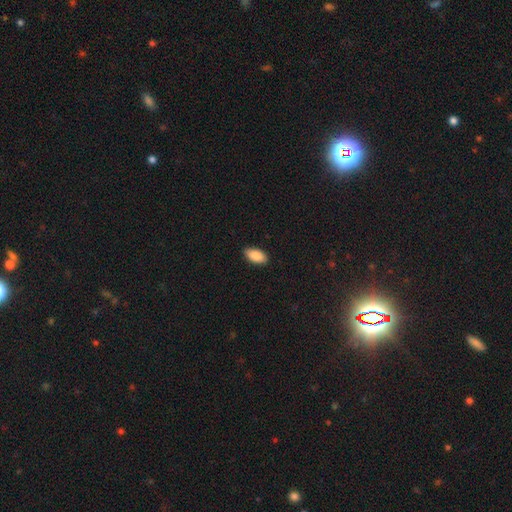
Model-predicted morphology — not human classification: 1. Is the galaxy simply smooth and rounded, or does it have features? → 89% smooth, 6% star or artifact, 5% featured or disk.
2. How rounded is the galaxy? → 94% in between, 4% cigar-shaped, 2% round.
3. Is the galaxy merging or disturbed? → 88% none, 10% minor disturbance, 2% major disturbance, 1% merger.